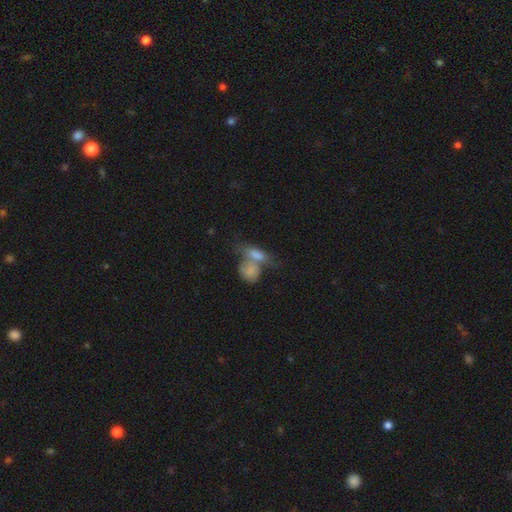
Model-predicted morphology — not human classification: Smooth or featured? smooth (73%)
How rounded? in between (76%)
Merging? merger (63%)